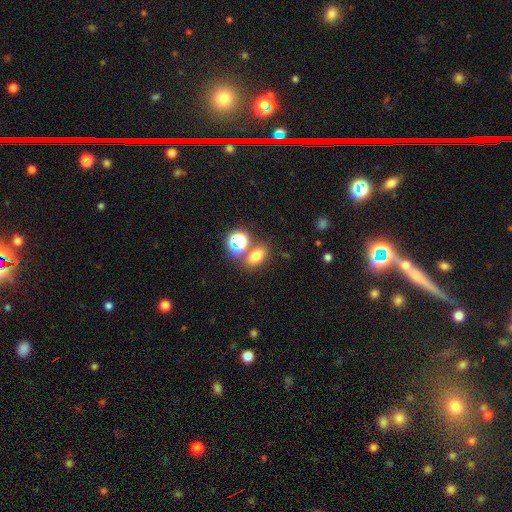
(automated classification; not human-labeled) Q: Smooth or featured?
A: smooth (71%); runner-up: star or artifact (20%)
Q: How rounded?
A: in between (71%); runner-up: round (26%)
Q: Merging?
A: none (65%); runner-up: merger (21%)